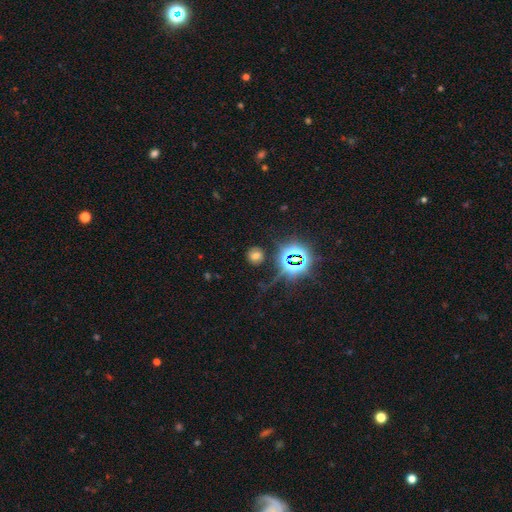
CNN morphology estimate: Q: Smooth or featured?
A: smooth (56%); runner-up: star or artifact (34%)
Q: How rounded?
A: round (82%); runner-up: in between (17%)
Q: Merging?
A: none (82%); runner-up: minor disturbance (11%)